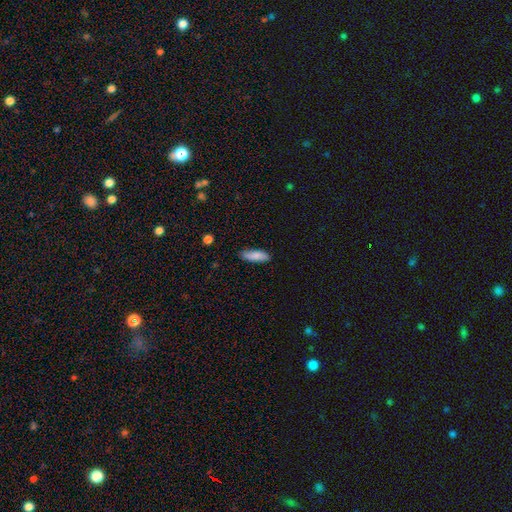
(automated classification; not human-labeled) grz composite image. It shows a smooth galaxy with no disk features (85%) that is in between round and cigar-shaped (58%). Merging: none (83%).